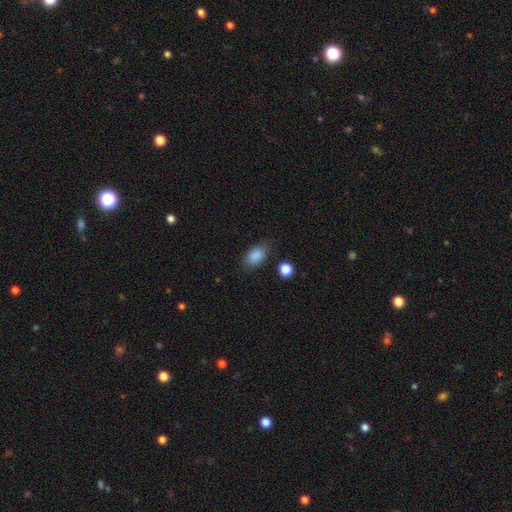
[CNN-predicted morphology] Smooth or featured? smooth (86%)
How rounded? in between (86%)
Merging? none (76%)